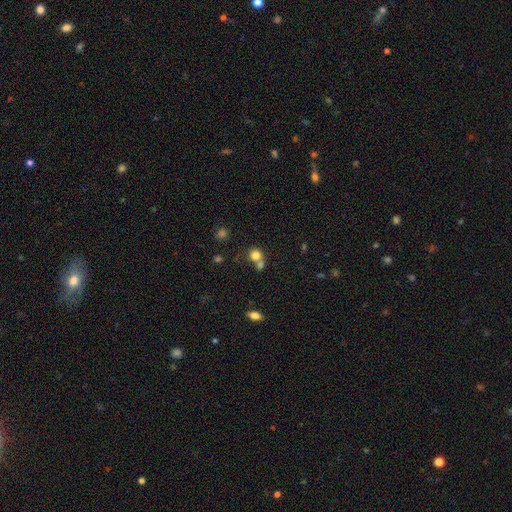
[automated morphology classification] A smooth galaxy with no disk features (77%) that is round (77%). Merging: merger (45%).